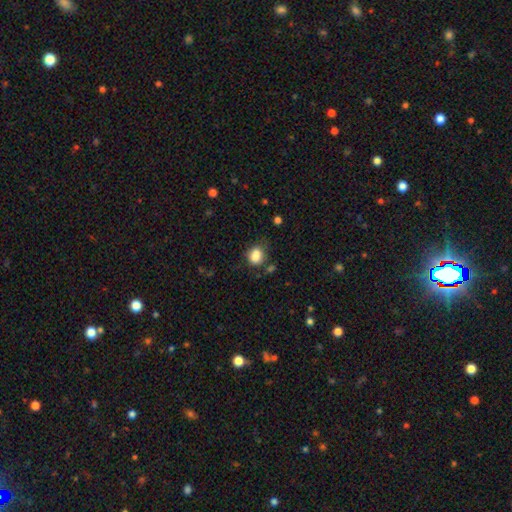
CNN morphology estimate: smooth 84%, star or artifact 10%, featured or disk 6%. Down the decision tree: how rounded — round (50%); merging — none (62%).